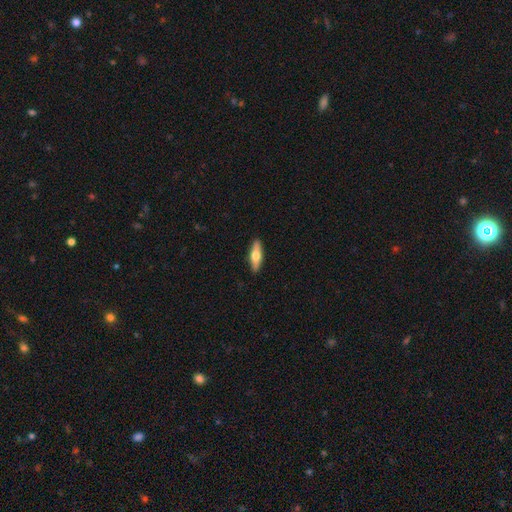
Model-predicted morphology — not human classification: Q: Smooth or featured?
A: smooth (53%); runner-up: featured or disk (42%)
Q: How rounded?
A: cigar-shaped (54%); runner-up: in between (43%)
Q: Merging?
A: none (90%); runner-up: minor disturbance (7%)